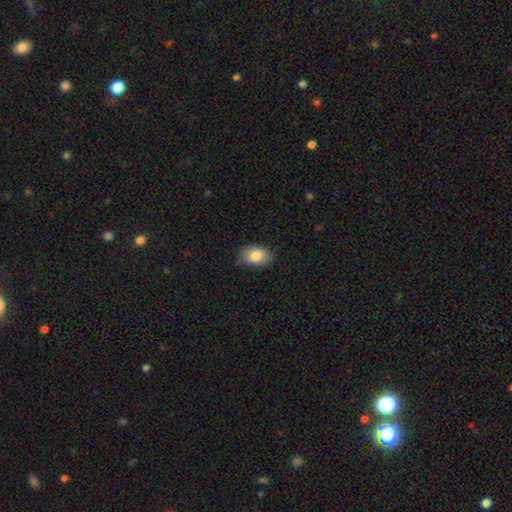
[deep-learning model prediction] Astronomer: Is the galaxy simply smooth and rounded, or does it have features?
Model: smooth — 84%.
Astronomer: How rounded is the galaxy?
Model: in between — 85%.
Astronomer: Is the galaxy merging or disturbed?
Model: none — 78%.